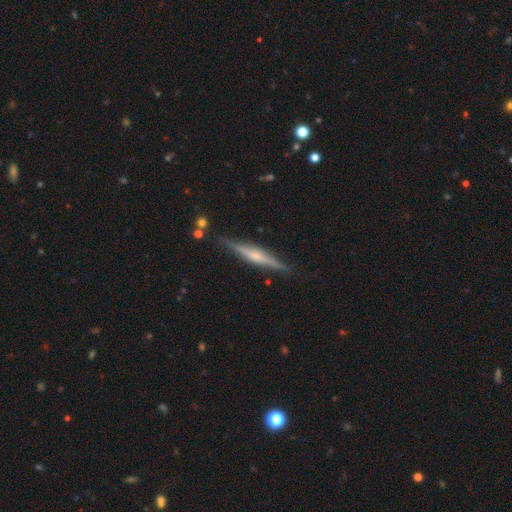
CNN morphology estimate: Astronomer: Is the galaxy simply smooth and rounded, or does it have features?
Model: featured or disk — 74%.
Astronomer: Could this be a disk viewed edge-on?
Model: yes — 98%.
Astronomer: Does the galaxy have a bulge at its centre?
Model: rounded — 72%.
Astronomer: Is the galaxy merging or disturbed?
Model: none — 88%.